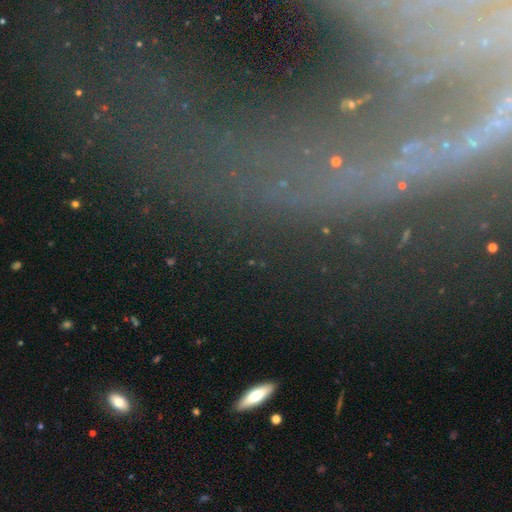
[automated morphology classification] The model was most divided on "smooth or featured": featured or disk: 49%, star or artifact: 32%, smooth: 19%. More confident: merging — none (60%).